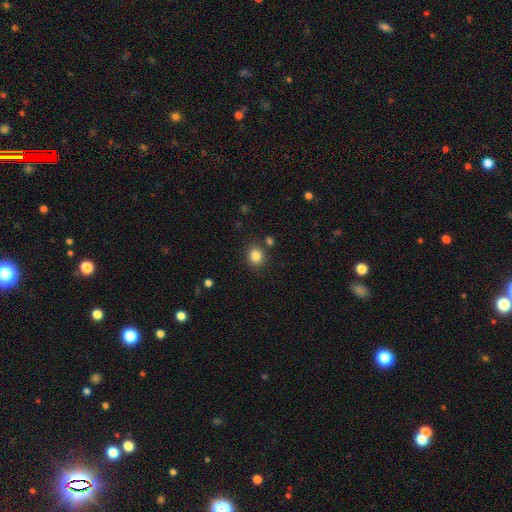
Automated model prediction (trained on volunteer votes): smooth 84%, star or artifact 11%, featured or disk 5%. Down the decision tree: how rounded — round (75%); merging — none (84%).